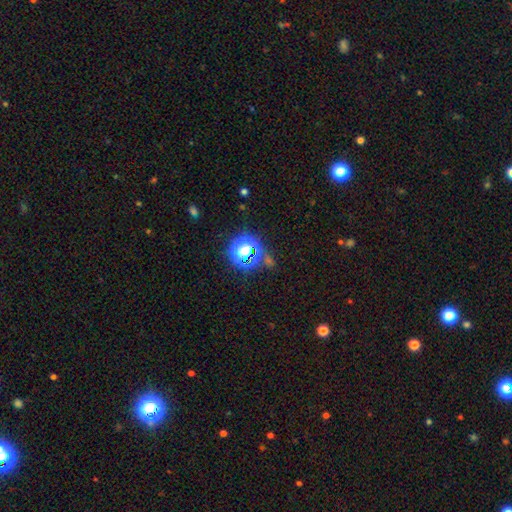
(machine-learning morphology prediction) star or artifact 69%, smooth 24%, featured or disk 8%.